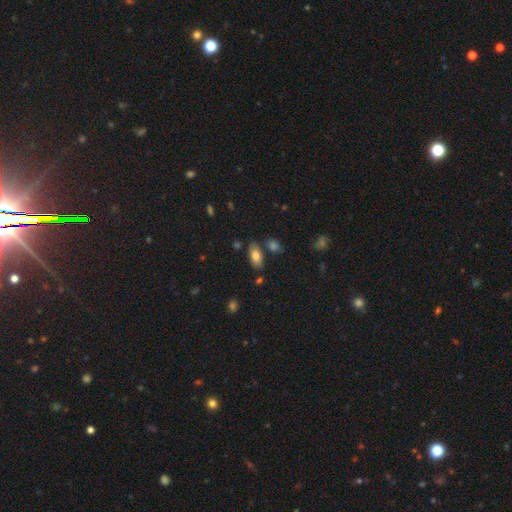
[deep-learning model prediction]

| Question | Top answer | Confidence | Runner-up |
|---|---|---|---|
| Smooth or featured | smooth | 80% | featured or disk (12%) |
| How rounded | in between | 91% | cigar-shaped (6%) |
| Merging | none | 75% | minor disturbance (13%) |